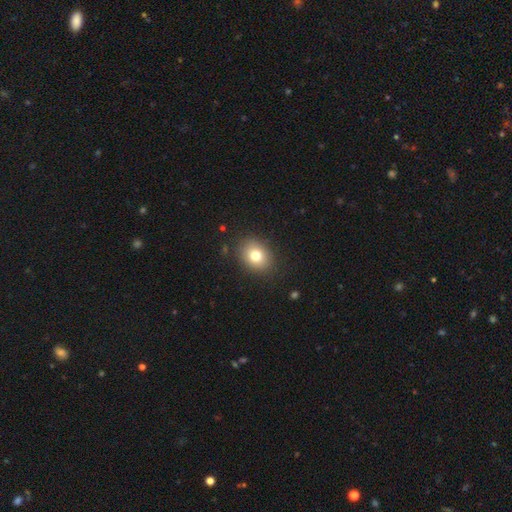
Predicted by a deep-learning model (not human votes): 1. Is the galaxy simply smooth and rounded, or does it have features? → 78% smooth, 12% featured or disk, 10% star or artifact.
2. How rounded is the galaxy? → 55% in between, 44% round, 1% cigar-shaped.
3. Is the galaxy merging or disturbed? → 87% none, 9% minor disturbance, 3% major disturbance, 1% merger.